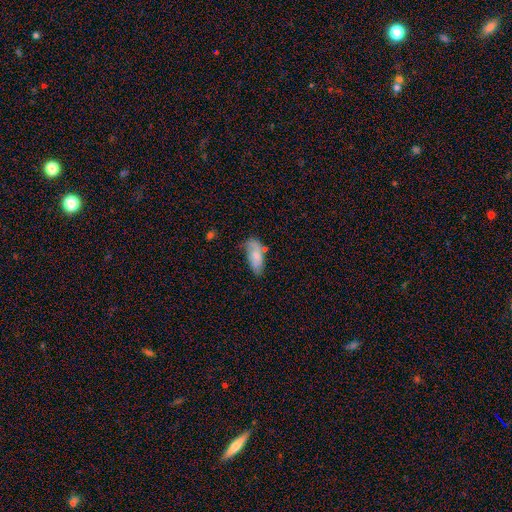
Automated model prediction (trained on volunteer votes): This is likely a smooth galaxy (73%). How rounded: clearly in between (84%). Merging: possibly none (50%).